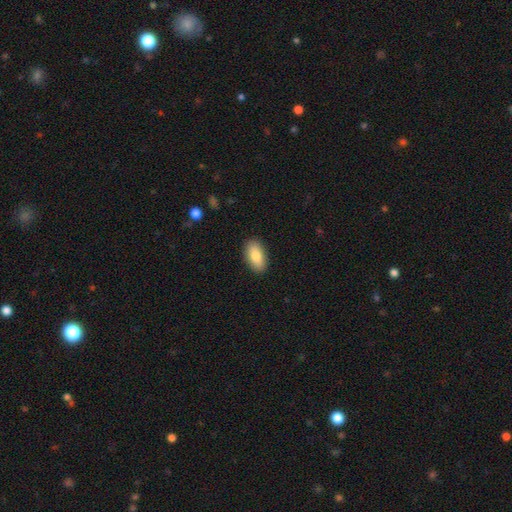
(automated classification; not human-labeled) This is clearly a smooth galaxy (84%). How rounded: clearly in between (92%). Merging: clearly none (89%).